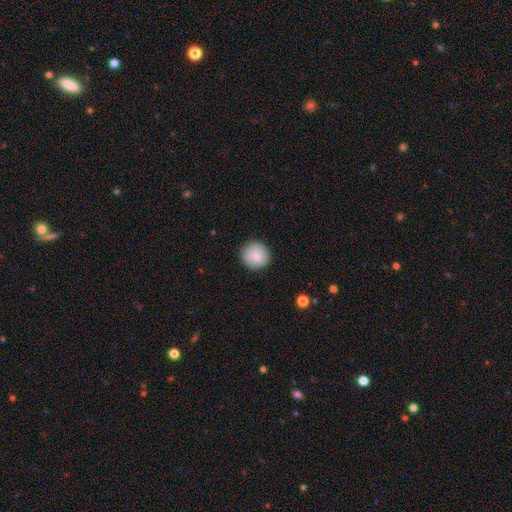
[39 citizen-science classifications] Smooth or featured?
  - smooth: 82% *
  - featured or disk: 13%
  - star or artifact: 5%
How rounded?
  - round: 100% *
  - in between: 0%
  - cigar-shaped: 0%
Merging?
  - none: 81% *
  - minor disturbance: 11%
  - major disturbance: 8%
  - merger: 0%